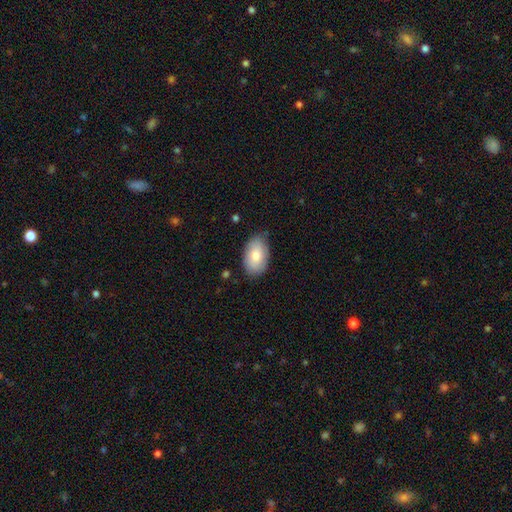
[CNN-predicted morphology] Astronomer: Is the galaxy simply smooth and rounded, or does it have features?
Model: smooth — 81%.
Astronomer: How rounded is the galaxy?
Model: in between — 93%.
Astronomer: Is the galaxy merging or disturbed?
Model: none — 80%.